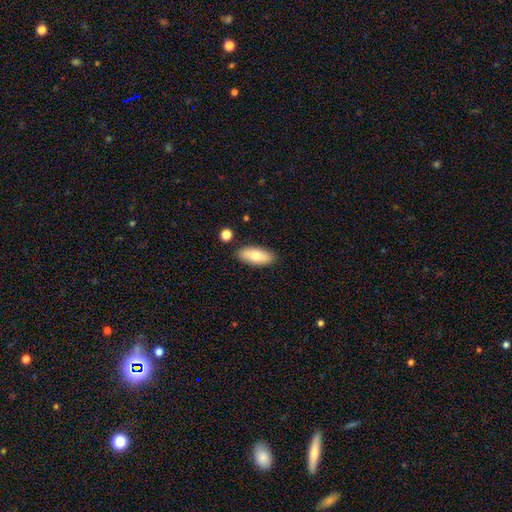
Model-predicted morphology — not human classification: A smooth galaxy with no disk features (73%) that is in between round and cigar-shaped (82%). Merging: none (86%).